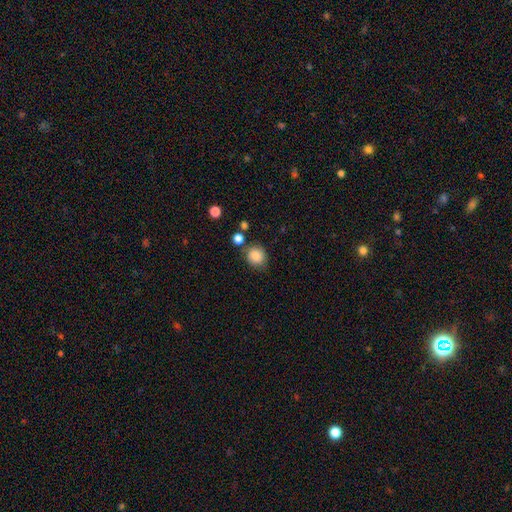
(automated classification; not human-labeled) This is clearly a smooth galaxy (86%). How rounded: clearly round (82%). Merging: likely none (75%).